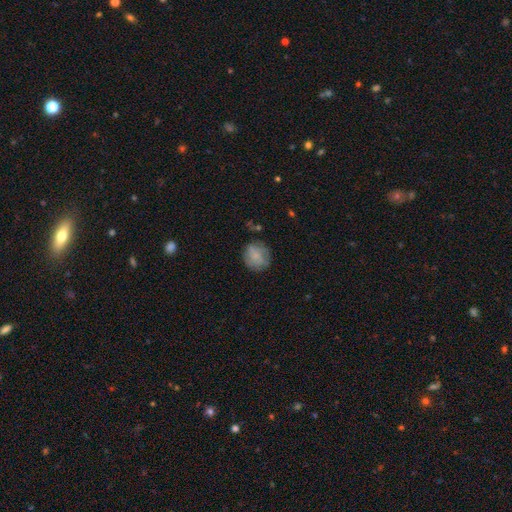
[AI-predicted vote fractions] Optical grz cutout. It shows a smooth galaxy with no disk features (57%) that is round (83%). Merging: none (73%).